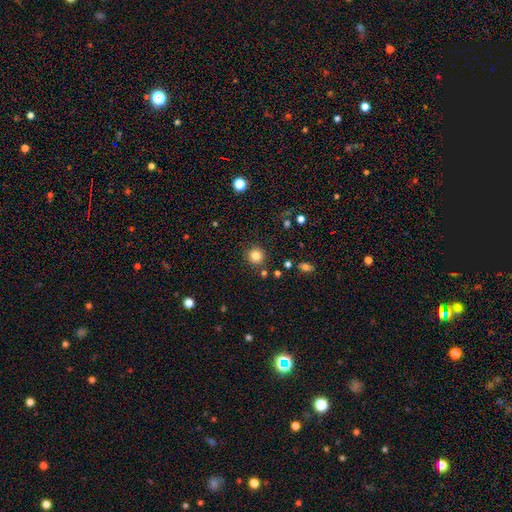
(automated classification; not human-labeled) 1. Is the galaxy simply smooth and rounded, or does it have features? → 83% smooth, 12% star or artifact, 5% featured or disk.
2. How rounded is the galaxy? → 93% round, 6% in between, 1% cigar-shaped.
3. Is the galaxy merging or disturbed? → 87% none, 7% minor disturbance, 4% merger, 2% major disturbance.